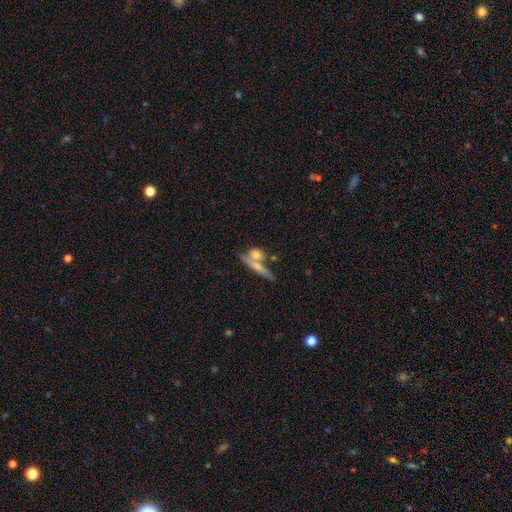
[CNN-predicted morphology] smooth-or-featured: smooth: 60% | featured or disk: 32% | star or artifact: 8%
  how-rounded: cigar-shaped: 41% | in between: 31% | round: 28%
  merging: merger: 42% | none: 41% | minor disturbance: 11% | major disturbance: 7%